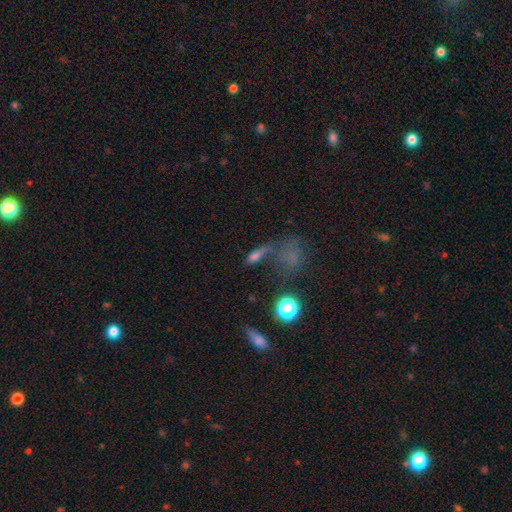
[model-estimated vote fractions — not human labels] Smooth or featured? Predicted: smooth (p=0.56). How rounded? Predicted: in between (p=0.48). Merging? Predicted: none (p=0.40).